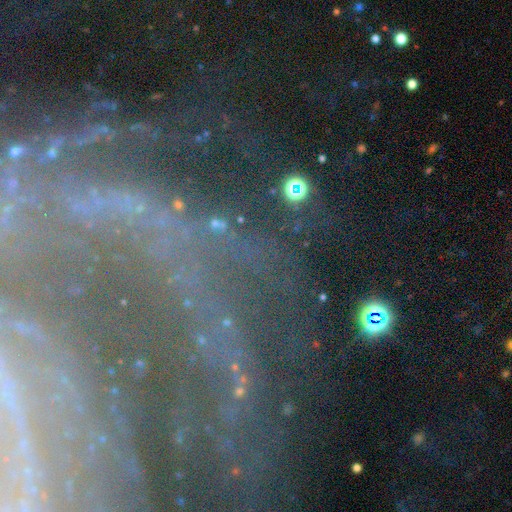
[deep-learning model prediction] Q: Smooth or featured?
A: star or artifact (46%); runner-up: featured or disk (40%)